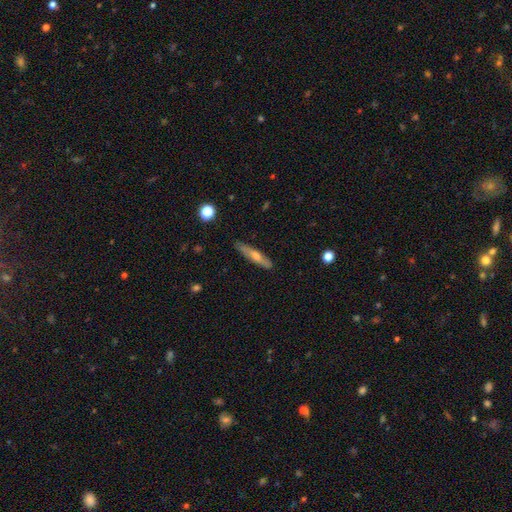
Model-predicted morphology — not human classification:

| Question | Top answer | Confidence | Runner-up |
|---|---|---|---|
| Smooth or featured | featured or disk | 47% | smooth (46%) |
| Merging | none | 86% | minor disturbance (11%) |